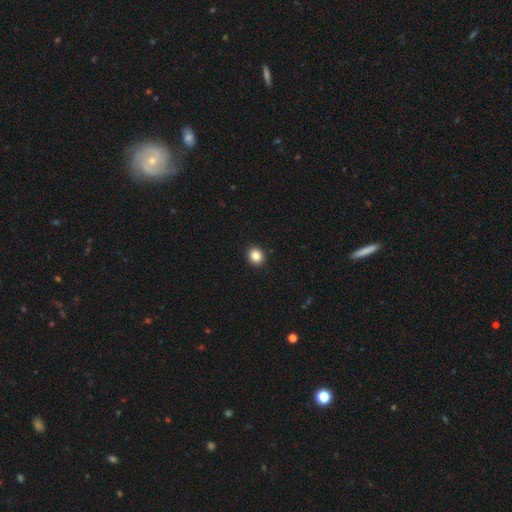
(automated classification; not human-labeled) Morphology: type=smooth (85%); roundness=round (81%); merging=none (93%).